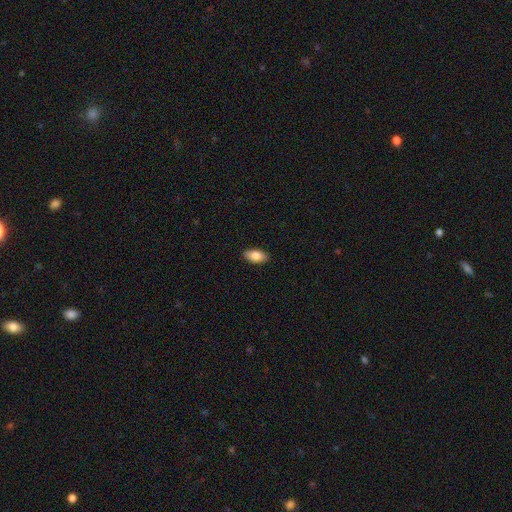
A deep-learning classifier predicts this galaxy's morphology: Smooth or featured: smooth — 84% (featured or disk — 10%)
How rounded: in between — 93% (round — 4%)
Merging: none — 89% (minor disturbance — 8%)